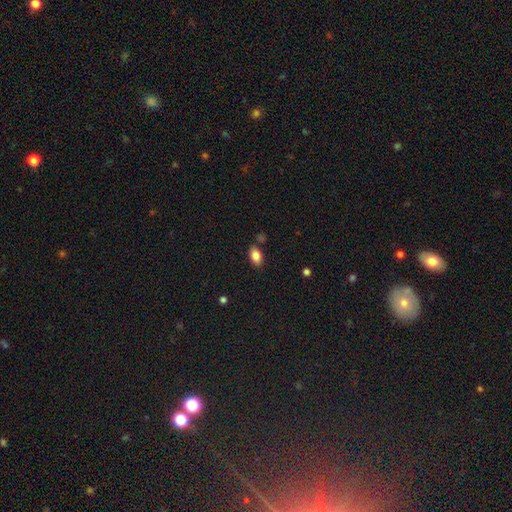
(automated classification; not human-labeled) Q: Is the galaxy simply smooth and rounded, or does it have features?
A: smooth — 84%.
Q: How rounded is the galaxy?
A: in between — 90%.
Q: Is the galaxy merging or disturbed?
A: none — 80%.